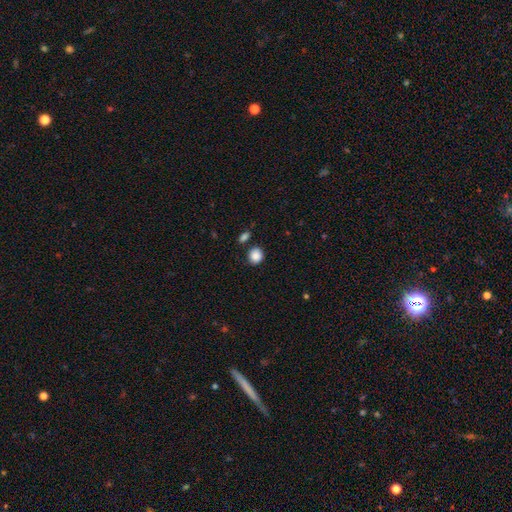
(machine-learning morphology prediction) This appears to be a smooth galaxy with no disk features (87%) that is round (82%). Merging: none (80%).